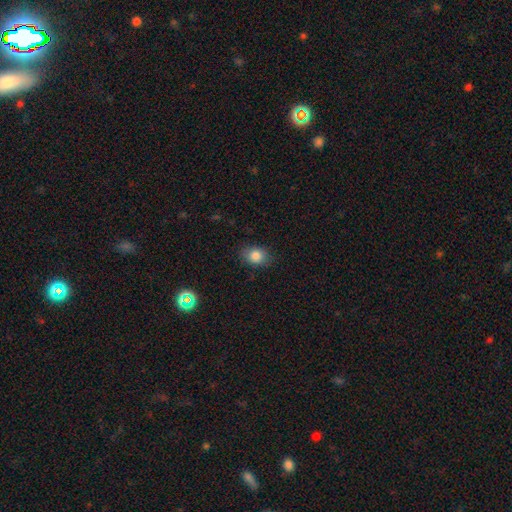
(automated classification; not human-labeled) A smooth galaxy with no disk features (83%) that is in between round and cigar-shaped (56%). Merging: none (83%).